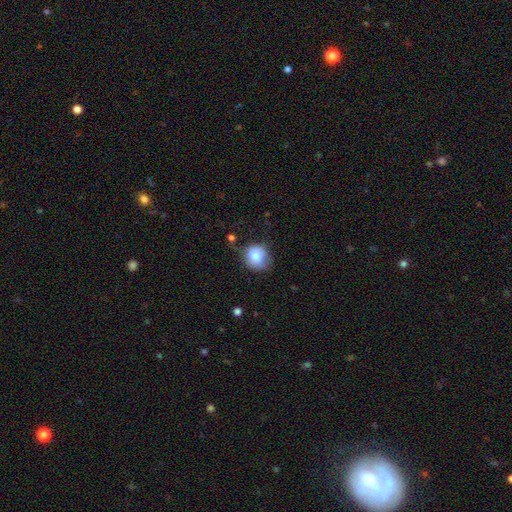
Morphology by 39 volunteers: A smooth galaxy with no disk features (77%) that is round (80%).

Vote fractions:
- Smooth or featured? smooth: 77% / featured or disk: 21% / star or artifact: 3%
- How rounded? round: 80% / in between: 20% / cigar-shaped: 0%
- Merging? none: 71% / minor disturbance: 24% / major disturbance: 3% / merger: 3%